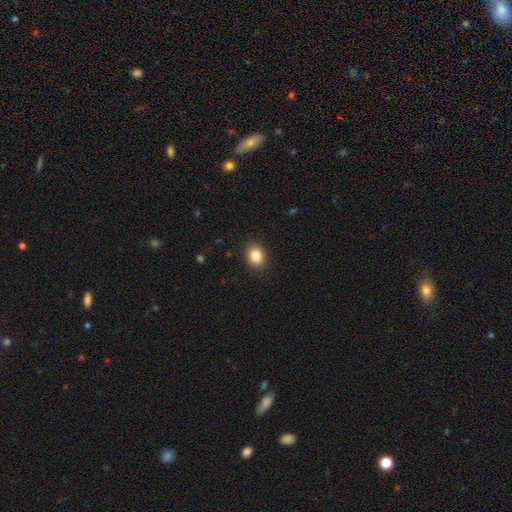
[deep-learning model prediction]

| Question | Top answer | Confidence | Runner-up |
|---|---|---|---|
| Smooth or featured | smooth | 85% | star or artifact (9%) |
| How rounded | in between | 52% | round (47%) |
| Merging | none | 90% | minor disturbance (7%) |